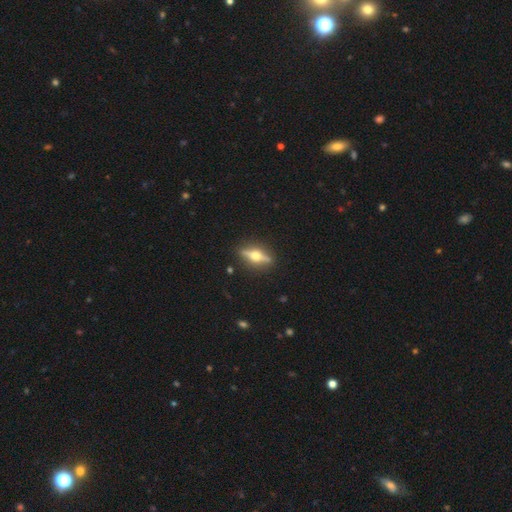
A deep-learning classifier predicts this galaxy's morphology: Smooth or featured? Predicted: featured or disk (p=0.75). Edge-on disk? Predicted: yes (p=0.95). Edge-on bulge? Predicted: rounded (p=0.96). Merging? Predicted: none (p=0.88).